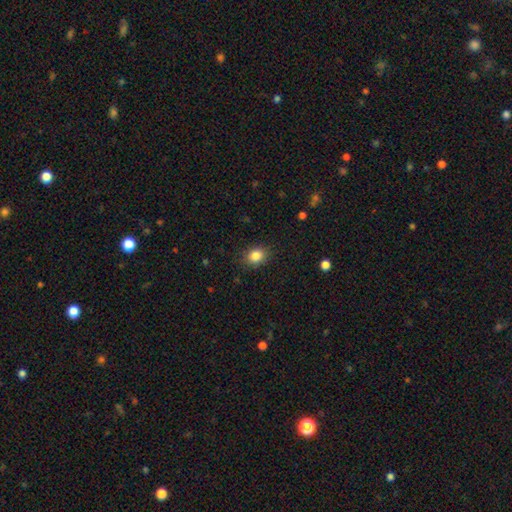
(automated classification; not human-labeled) A smooth galaxy with no disk features (85%) that is in between round and cigar-shaped (52%). Merging: none (87%).